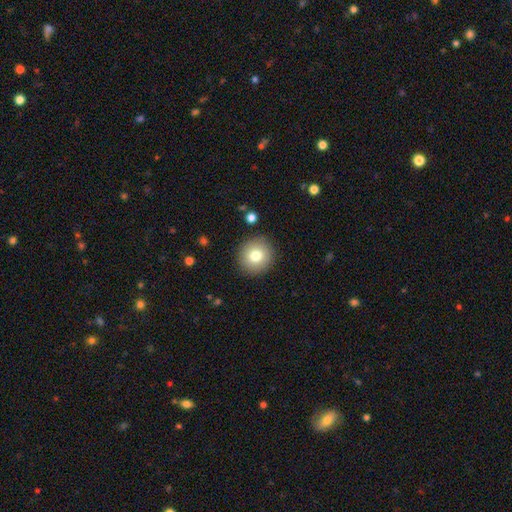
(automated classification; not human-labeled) smooth 78%, featured or disk 12%, star or artifact 10%. Down the decision tree: how rounded — round (93%); merging — none (90%).